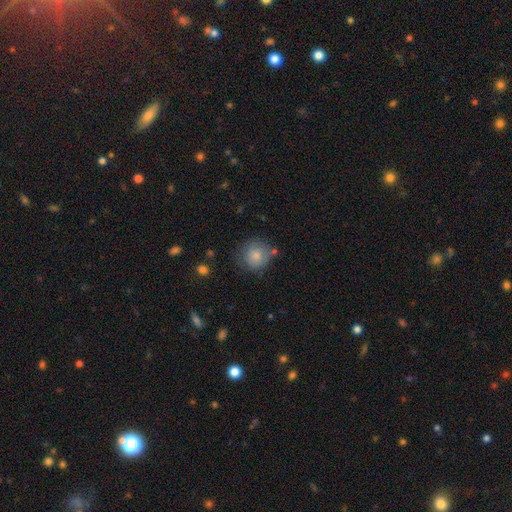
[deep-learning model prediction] smooth 81%, featured or disk 10%, star or artifact 9%. Down the decision tree: how rounded — round (89%); merging — none (67%).